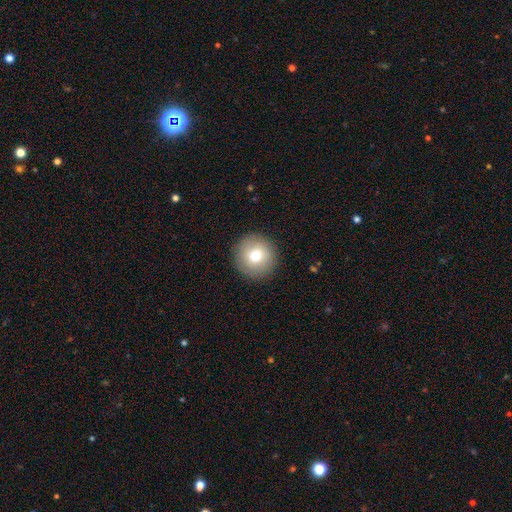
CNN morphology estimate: smooth_or_featured: smooth (p=0.76) [alt: featured or disk p=0.14]
how_rounded: round (p=0.95) [alt: in between p=0.04]
merging: none (p=0.91) [alt: minor disturbance p=0.05]